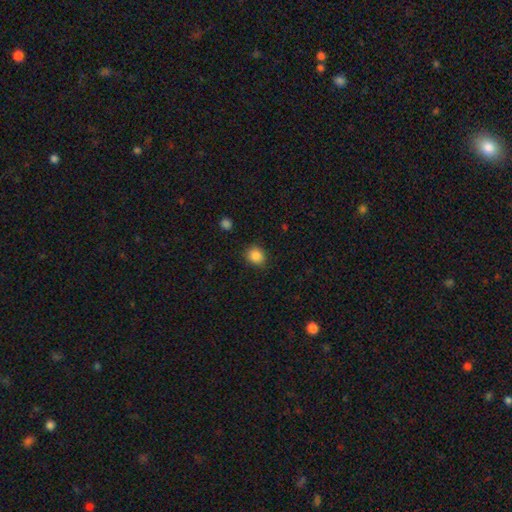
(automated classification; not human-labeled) smooth-or-featured: smooth: 86% | star or artifact: 10% | featured or disk: 4%
  how-rounded: round: 71% | in between: 28% | cigar-shaped: 1%
  merging: none: 86% | minor disturbance: 10% | major disturbance: 3% | merger: 1%